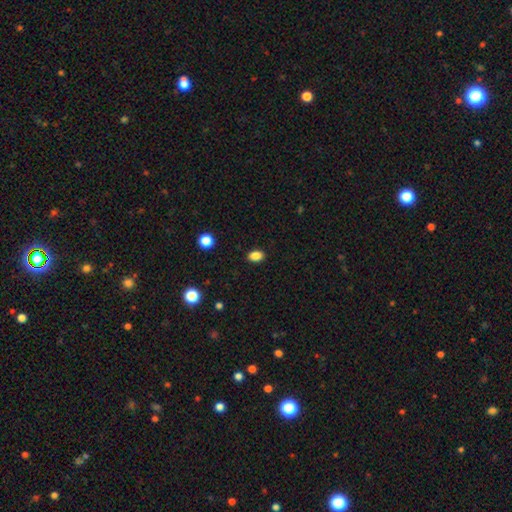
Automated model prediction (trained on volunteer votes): This appears to be a smooth galaxy with no disk features (86%) that is in between round and cigar-shaped (79%). Merging: none (89%).